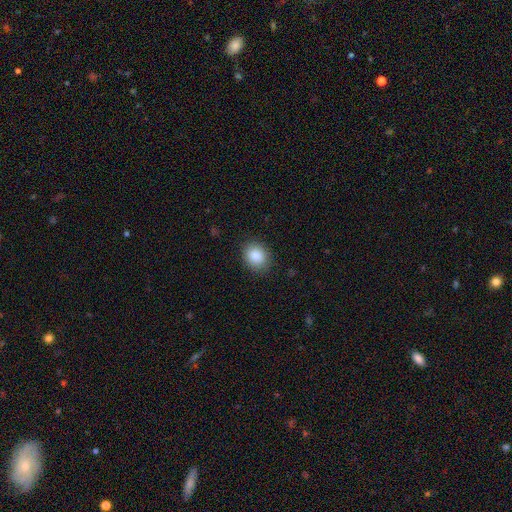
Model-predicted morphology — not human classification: smooth-or-featured: smooth: 87% | star or artifact: 8% | featured or disk: 4%
  how-rounded: round: 61% | in between: 39% | cigar-shaped: 1%
  merging: none: 87% | minor disturbance: 9% | major disturbance: 3% | merger: 1%